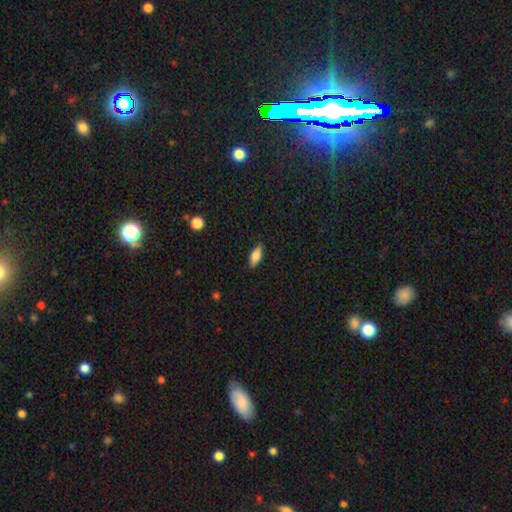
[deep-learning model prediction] A smooth galaxy with no disk features (78%) that is in between round and cigar-shaped (78%).

Vote fractions:
- Smooth or featured? smooth: 78% / featured or disk: 15% / star or artifact: 7%
- How rounded? in between: 78% / cigar-shaped: 19% / round: 3%
- Merging? none: 87% / minor disturbance: 10% / major disturbance: 2% / merger: 1%